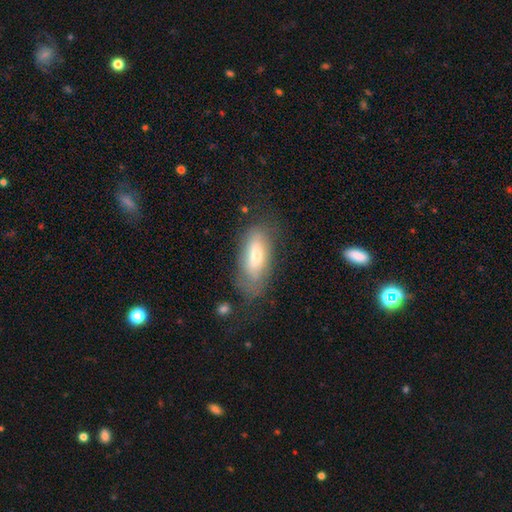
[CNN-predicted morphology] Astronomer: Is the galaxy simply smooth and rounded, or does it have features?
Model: smooth — 66%.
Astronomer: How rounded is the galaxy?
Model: in between — 77%.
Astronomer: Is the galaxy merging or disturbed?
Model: none — 64%.